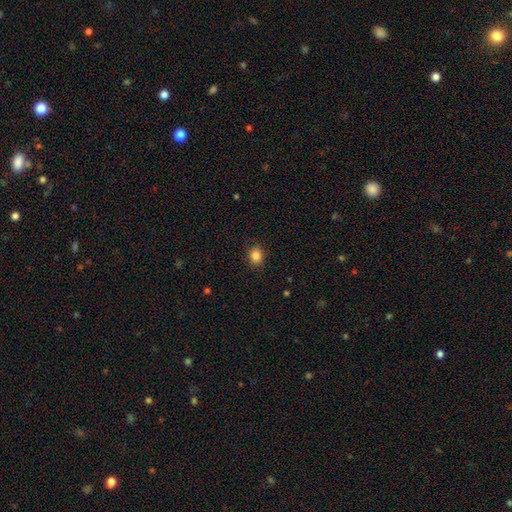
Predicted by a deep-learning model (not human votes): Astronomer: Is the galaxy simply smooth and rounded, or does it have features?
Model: smooth — 85%.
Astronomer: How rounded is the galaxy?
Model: round — 58% (runner-up: in between, 41%).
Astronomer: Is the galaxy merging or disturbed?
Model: none — 88%.